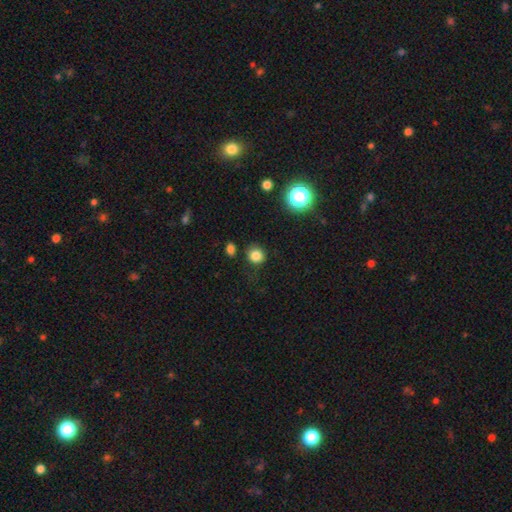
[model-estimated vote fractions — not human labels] smooth-or-featured: smooth: 81% | star or artifact: 13% | featured or disk: 5%
  how-rounded: round: 83% | in between: 16% | cigar-shaped: 1%
  merging: none: 80% | minor disturbance: 13% | major disturbance: 4% | merger: 4%